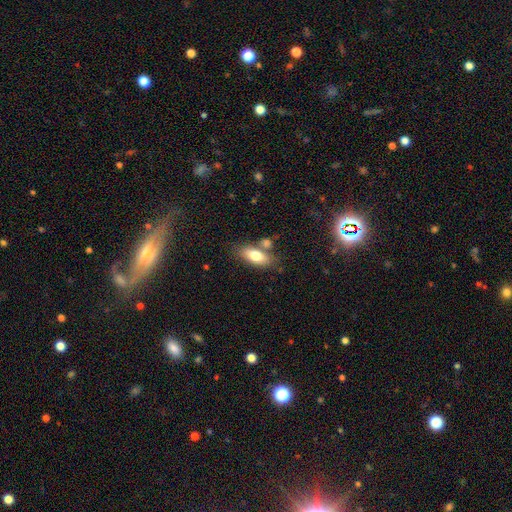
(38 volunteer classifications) A smooth galaxy with no disk features (84%) that is in between round and cigar-shaped (91%). Merging: none (46%).